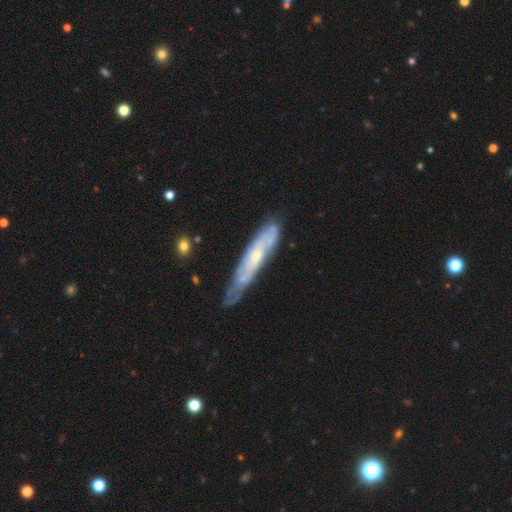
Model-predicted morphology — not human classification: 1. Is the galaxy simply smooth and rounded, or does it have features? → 70% featured or disk, 24% smooth, 6% star or artifact.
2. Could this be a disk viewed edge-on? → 55% no, 45% yes.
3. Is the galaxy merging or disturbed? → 63% none, 26% minor disturbance, 8% major disturbance, 3% merger.